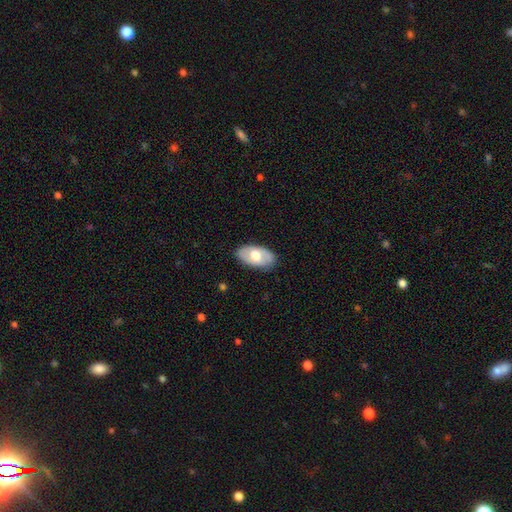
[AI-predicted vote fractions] Smooth or featured: smooth — 56% (featured or disk — 38%)
How rounded: in between — 94% (round — 4%)
Merging: none — 84% (minor disturbance — 12%)